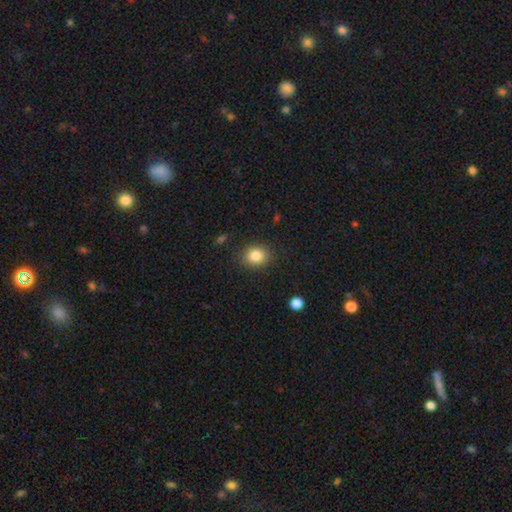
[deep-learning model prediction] A smooth galaxy with no disk features (85%) that is round (58%).

Vote fractions:
- Smooth or featured? smooth: 85% / star or artifact: 9% / featured or disk: 6%
- How rounded? round: 58% / in between: 41% / cigar-shaped: 1%
- Merging? none: 85% / minor disturbance: 10% / major disturbance: 3% / merger: 1%